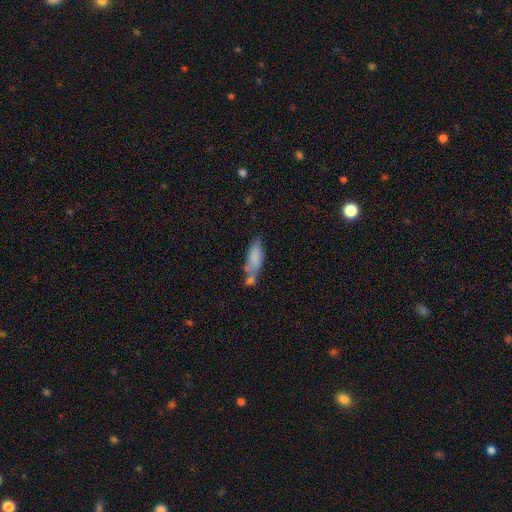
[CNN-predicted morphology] The model was most divided on "merging": none: 41%, merger: 29%, minor disturbance: 22%, major disturbance: 9%. More confident: smooth or featured — smooth (77%); how rounded — in between (57%).